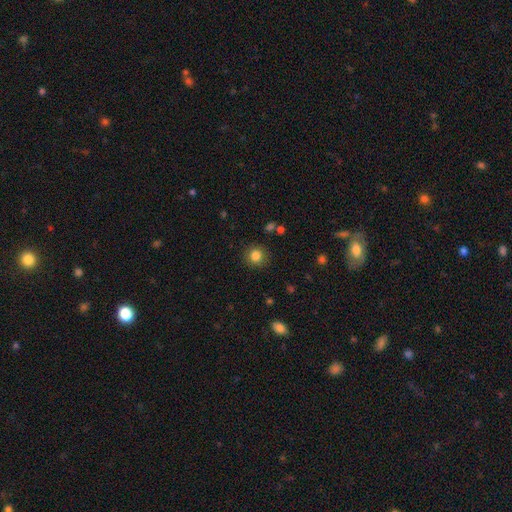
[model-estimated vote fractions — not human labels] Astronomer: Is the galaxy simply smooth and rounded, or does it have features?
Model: smooth — 83%.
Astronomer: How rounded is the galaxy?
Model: round — 90%.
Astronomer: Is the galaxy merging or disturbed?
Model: none — 88%.